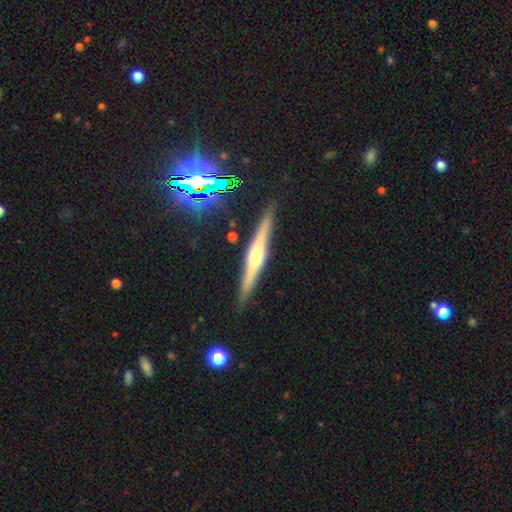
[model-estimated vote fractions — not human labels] Smooth or featured?
  - featured or disk: 73% *
  - smooth: 18%
  - star or artifact: 9%
Edge-on disk?
  - yes: 98% *
  - no: 2%
Edge-on bulge?
  - rounded: 76% *
  - boxy: 17%
  - none: 7%
Merging?
  - none: 90% *
  - minor disturbance: 7%
  - major disturbance: 2%
  - merger: 1%